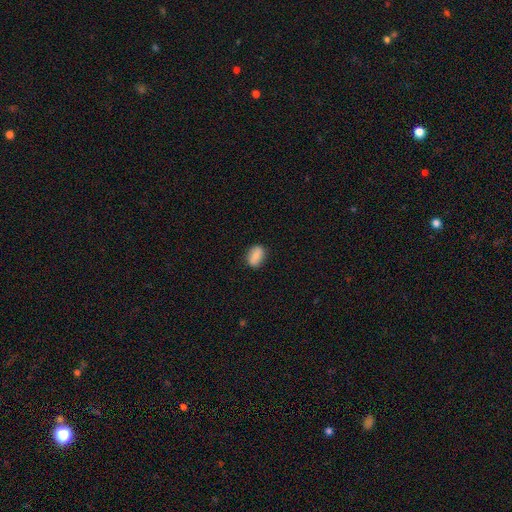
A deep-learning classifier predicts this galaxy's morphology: This appears to be a smooth galaxy with no disk features (83%) that is in between round and cigar-shaped (82%). Merging: none (82%).